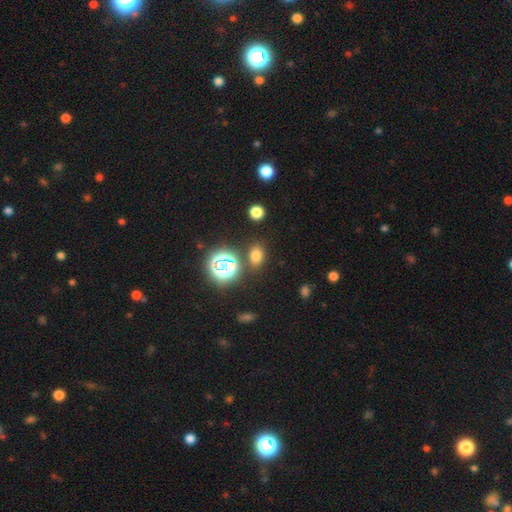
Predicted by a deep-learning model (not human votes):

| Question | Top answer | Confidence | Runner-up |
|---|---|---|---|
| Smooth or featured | smooth | 69% | star or artifact (25%) |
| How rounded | in between | 67% | round (31%) |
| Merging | none | 81% | minor disturbance (9%) |